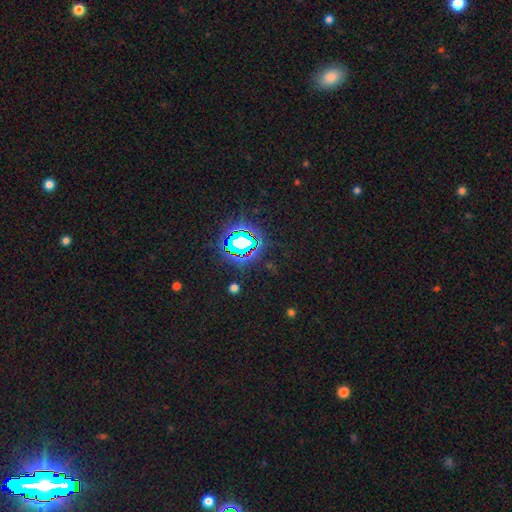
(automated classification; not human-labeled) Smooth or featured? Predicted: star or artifact (p=0.82).